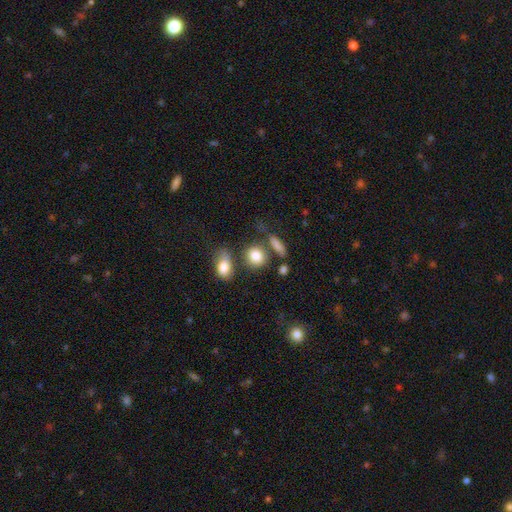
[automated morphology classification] Smooth or featured: smooth — 83% (star or artifact — 9%)
How rounded: round — 64% (in between — 32%)
Merging: none — 63% (merger — 17%)